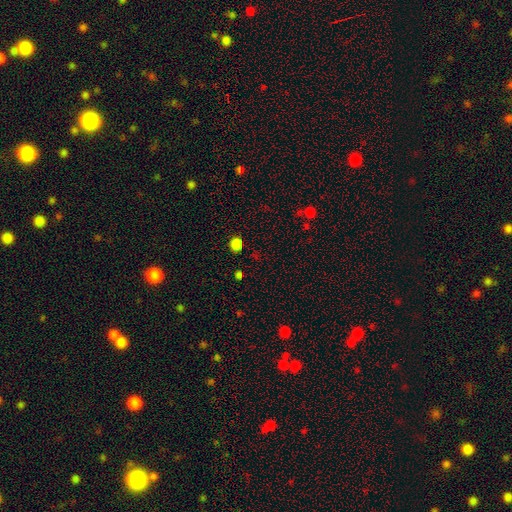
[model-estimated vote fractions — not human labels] This appears to be a smooth galaxy with no disk features (67%) that is round (76%). Merging: none (86%).